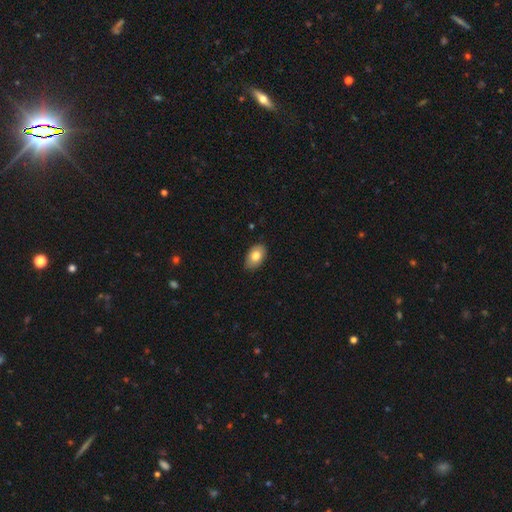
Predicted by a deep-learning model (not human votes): smooth 80%, featured or disk 13%, star or artifact 7%. Down the decision tree: how rounded — in between (91%); merging — none (85%).